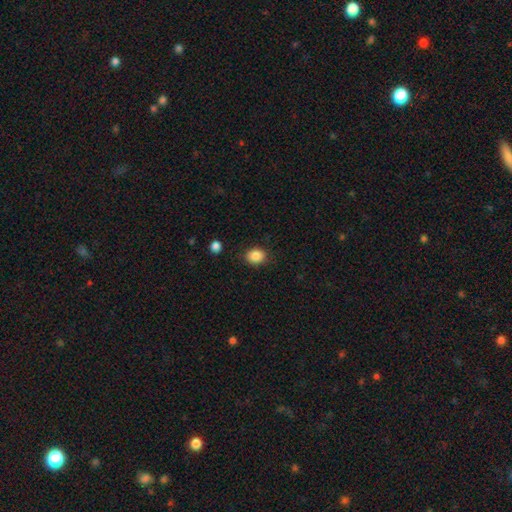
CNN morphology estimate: smooth 87%, star or artifact 9%, featured or disk 4%. Down the decision tree: how rounded — round (58%); merging — none (86%).